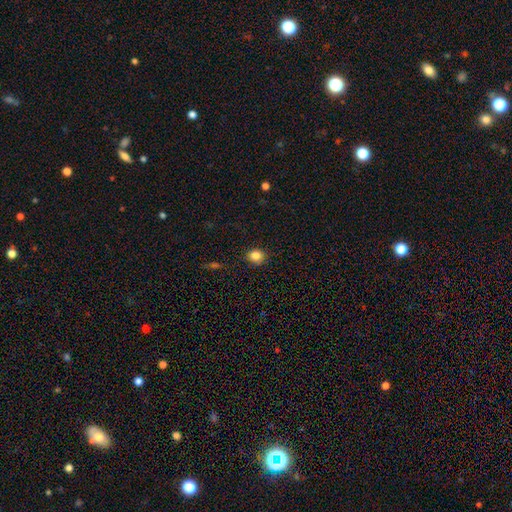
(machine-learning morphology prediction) Q: Smooth or featured?
A: smooth (84%); runner-up: star or artifact (11%)
Q: How rounded?
A: round (76%); runner-up: in between (23%)
Q: Merging?
A: none (88%); runner-up: minor disturbance (9%)